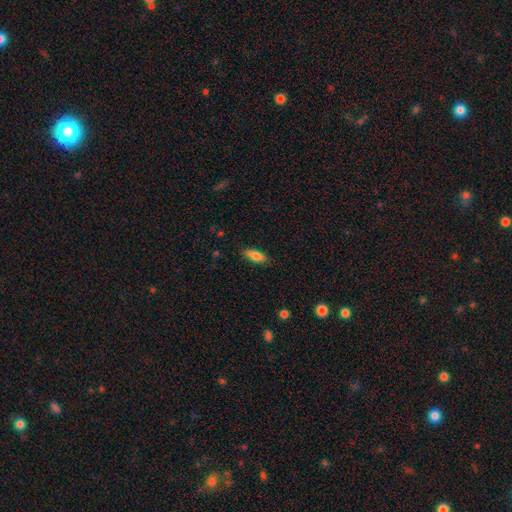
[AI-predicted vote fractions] A smooth galaxy with no disk features (78%) that is in between round and cigar-shaped (66%).

Vote fractions:
- Smooth or featured? smooth: 78% / featured or disk: 15% / star or artifact: 7%
- How rounded? in between: 66% / cigar-shaped: 32% / round: 2%
- Merging? none: 85% / minor disturbance: 11% / major disturbance: 2% / merger: 1%